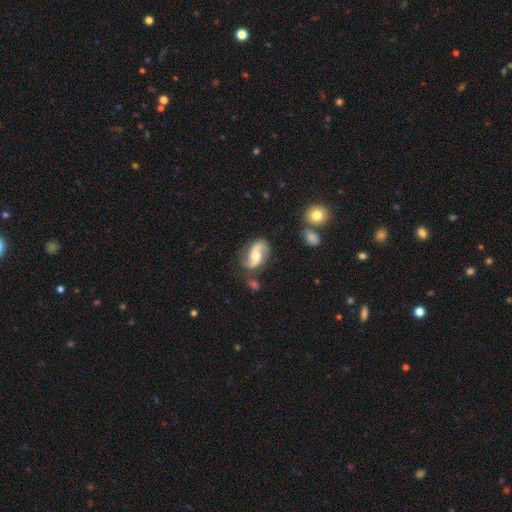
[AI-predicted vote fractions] A featured or disk galaxy (82%) with no bar (47%), 2 (92%) loose (58%) spiral arms (95%) and a moderate central bulge (67%).

Vote fractions:
- Smooth or featured? featured or disk: 82% / smooth: 13% / star or artifact: 6%
- Edge-on disk? no: 97% / yes: 3%
- Bar? no: 47% / weak: 37% / strong: 15%
- Spiral arms? yes: 95% / no: 5%
- Spiral winding? loose: 58% / medium: 33% / tight: 9%
- Spiral arm count? 2: 92% / can't tell: 3% / 1: 2% / 3: 1% / 4: 1% / more than 4: 1%
- Bulge size? moderate: 67% / small: 16% / large: 13% / none: 2% / dominant: 2%
- Merging? none: 73% / minor disturbance: 17% / major disturbance: 6% / merger: 4%